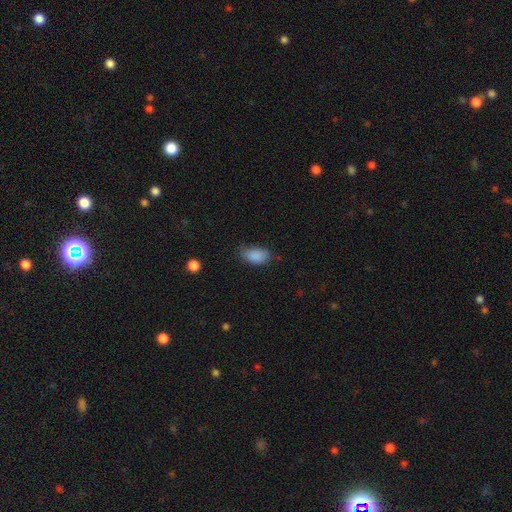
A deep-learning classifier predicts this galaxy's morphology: Smooth or featured? Predicted: smooth (p=0.87). How rounded? Predicted: in between (p=0.91). Merging? Predicted: none (p=0.68).